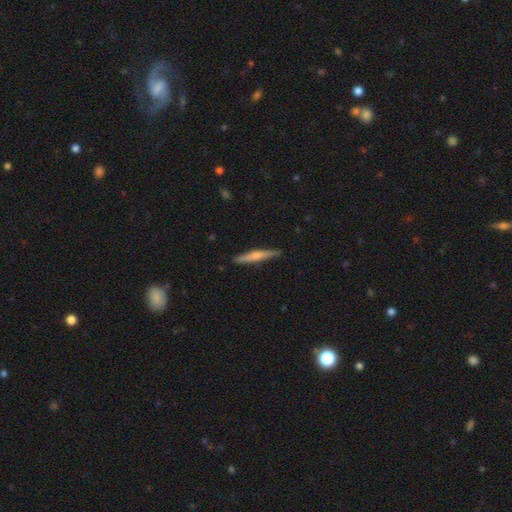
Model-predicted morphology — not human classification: smooth_or_featured: smooth (p=0.49) [alt: featured or disk p=0.45]
merging: none (p=0.89) [alt: minor disturbance p=0.08]